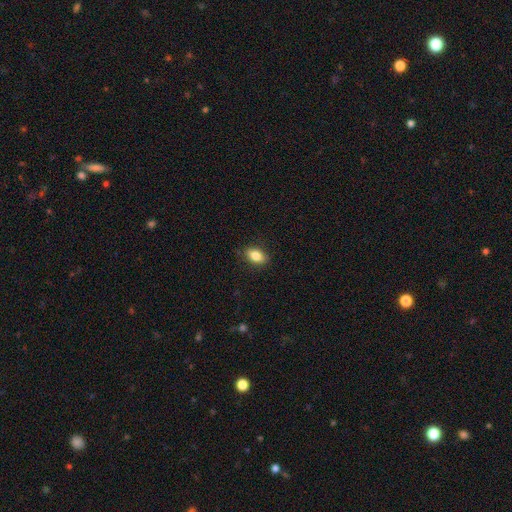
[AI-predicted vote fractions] smooth-or-featured: smooth: 84% | star or artifact: 8% | featured or disk: 8%
  how-rounded: in between: 86% | round: 11% | cigar-shaped: 2%
  merging: none: 86% | minor disturbance: 11% | major disturbance: 2% | merger: 1%